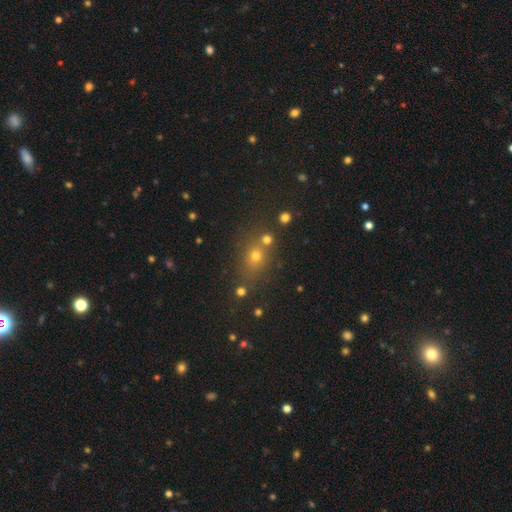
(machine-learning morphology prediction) Smooth or featured? Predicted: smooth (p=0.50). Merging? Predicted: none (p=0.71).